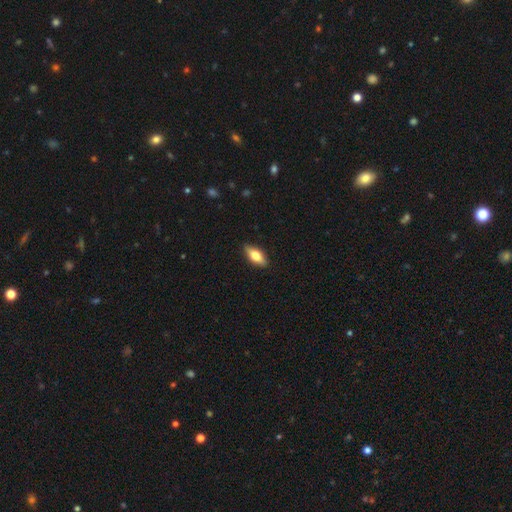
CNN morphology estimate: Smooth or featured? smooth (68%)
How rounded? in between (78%)
Merging? none (88%)